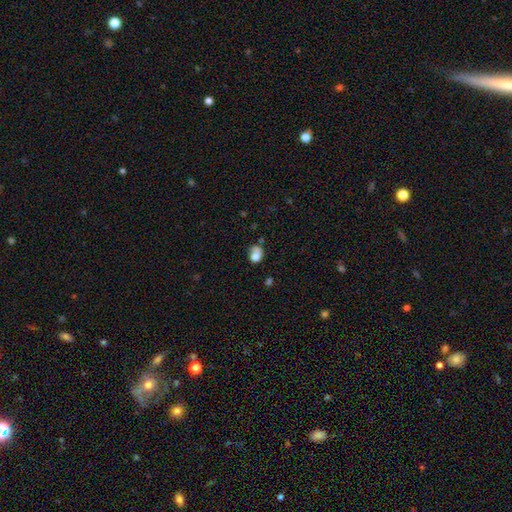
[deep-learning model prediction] smooth_or_featured: smooth (p=0.72) [alt: featured or disk p=0.17]
how_rounded: in between (p=0.59) [alt: round p=0.40]
merging: none (p=0.37) [alt: minor disturbance p=0.27]